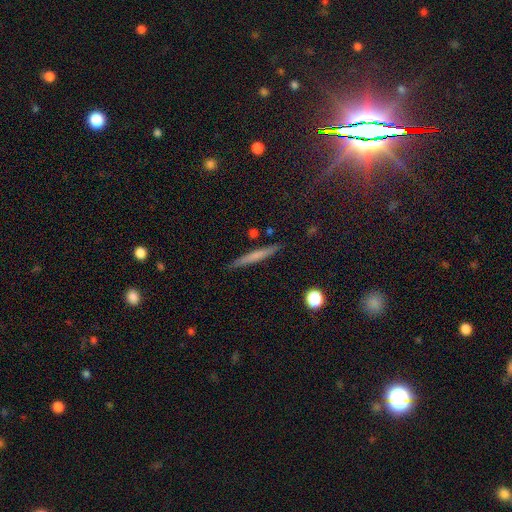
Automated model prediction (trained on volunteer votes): Morphology: type=smooth (55%); roundness=cigar-shaped (95%); merging=none (89%).